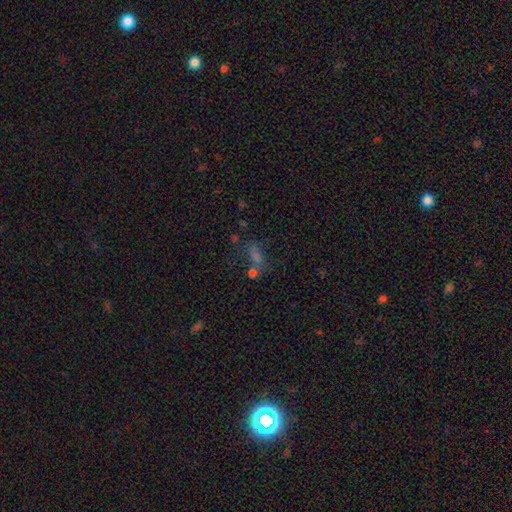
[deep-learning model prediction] Overall: smooth (53%; star or artifact 32%). How rounded: in between (68%). Merging: none (48%; merger 22%).